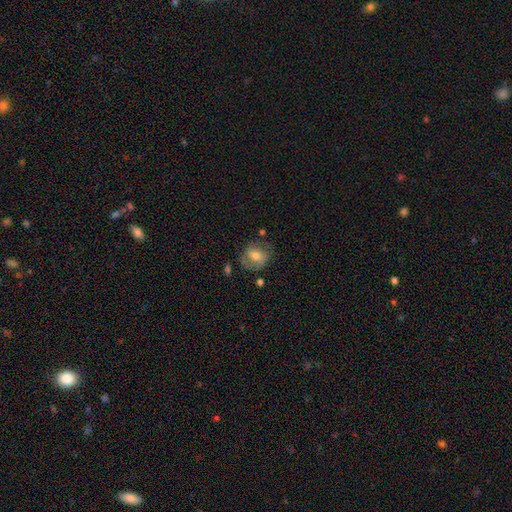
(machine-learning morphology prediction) smooth 60%, featured or disk 32%, star or artifact 9%. Down the decision tree: how rounded — round (61%); merging — none (68%).